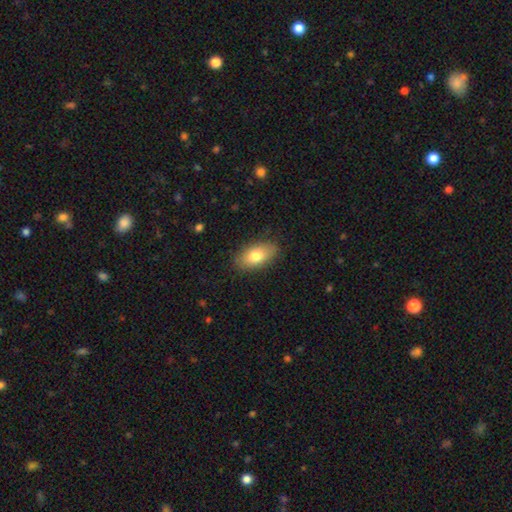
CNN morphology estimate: Smooth or featured: smooth — 77% (featured or disk — 16%)
How rounded: in between — 90% (round — 6%)
Merging: none — 86% (minor disturbance — 11%)